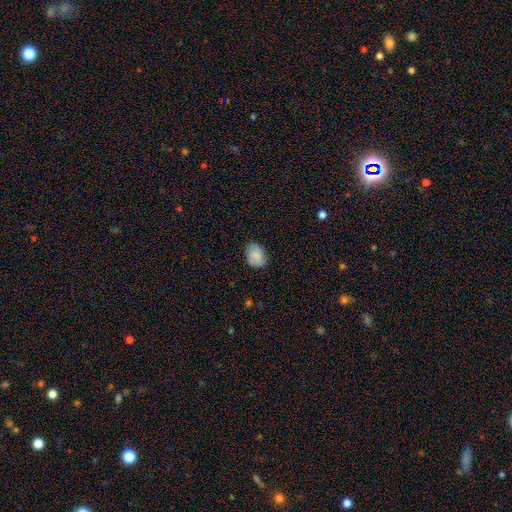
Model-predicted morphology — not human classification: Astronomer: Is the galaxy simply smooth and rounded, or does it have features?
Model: smooth — 82%.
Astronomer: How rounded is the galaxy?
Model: in between — 59% (runner-up: round, 40%).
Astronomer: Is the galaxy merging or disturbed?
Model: none — 76%.